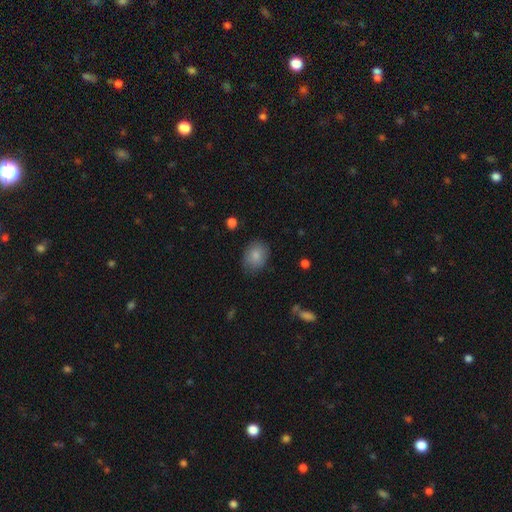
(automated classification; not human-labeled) The model was most divided on "how rounded": in between: 53%, round: 46%, cigar-shaped: 1%. More confident: smooth or featured — smooth (84%); merging — none (78%).